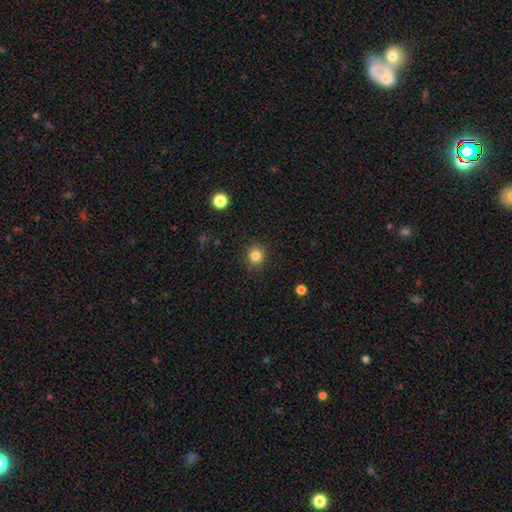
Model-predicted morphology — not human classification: The model was most divided on "smooth or featured": smooth: 83%, star or artifact: 12%, featured or disk: 5%. More confident: merging — none (91%); how rounded — round (90%).